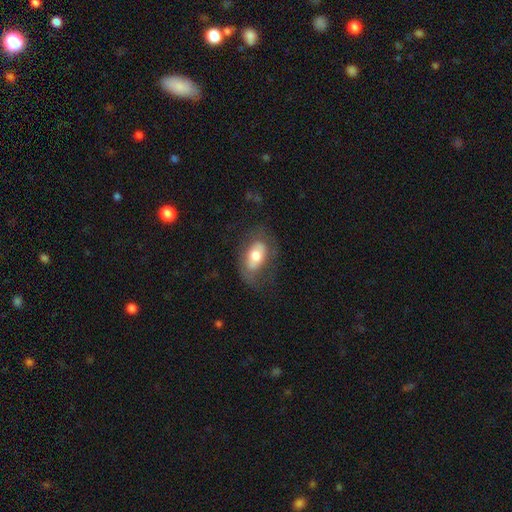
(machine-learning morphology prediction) Smooth or featured?
  - smooth: 55% *
  - featured or disk: 39%
  - star or artifact: 7%
How rounded?
  - in between: 89% *
  - round: 8%
  - cigar-shaped: 2%
Merging?
  - none: 58% *
  - minor disturbance: 23%
  - major disturbance: 18%
  - merger: 2%